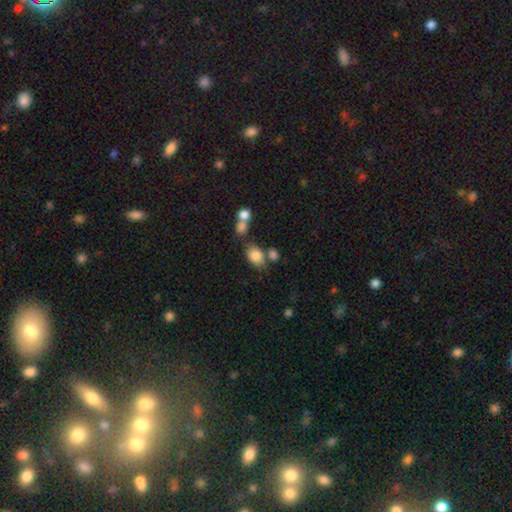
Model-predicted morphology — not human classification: Smooth or featured? smooth (82%)
How rounded? in between (73%)
Merging? none (53%)